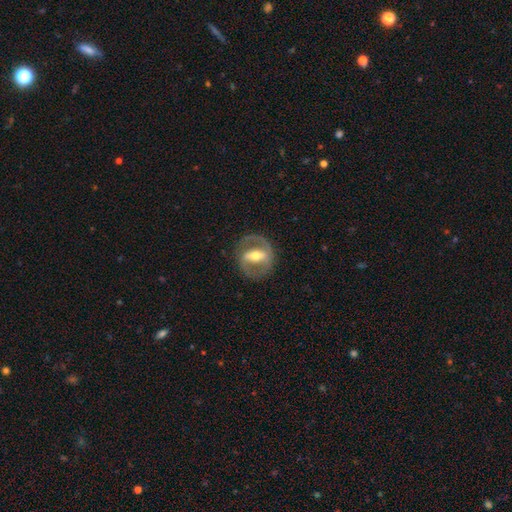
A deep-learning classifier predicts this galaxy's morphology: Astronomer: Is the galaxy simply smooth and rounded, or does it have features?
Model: featured or disk — 78%.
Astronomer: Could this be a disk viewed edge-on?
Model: no — 91%.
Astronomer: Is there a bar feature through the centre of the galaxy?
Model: strong — 62%.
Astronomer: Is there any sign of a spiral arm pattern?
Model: yes — 63%.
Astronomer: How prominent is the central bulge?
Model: moderate — 66%.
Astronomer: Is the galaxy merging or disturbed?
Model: none — 78%.